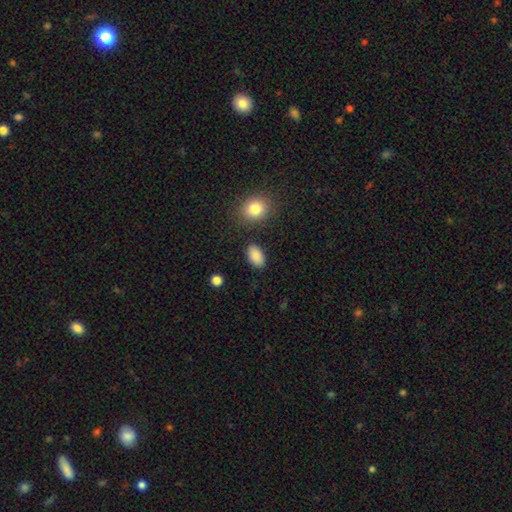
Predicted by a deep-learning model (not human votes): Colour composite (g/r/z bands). It shows a smooth galaxy with no disk features (89%) that is in between round and cigar-shaped (92%). Merging: none (86%).